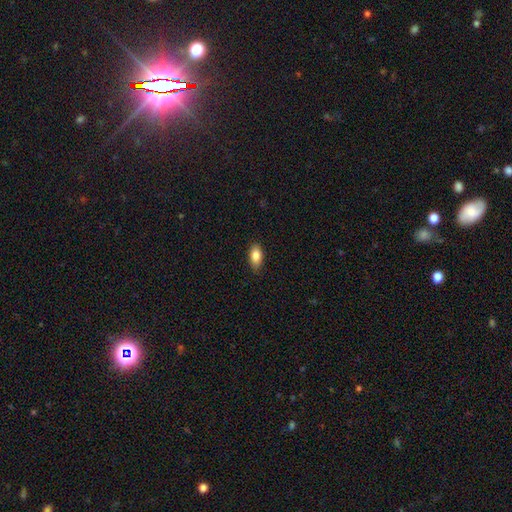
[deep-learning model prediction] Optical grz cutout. It shows a smooth galaxy with no disk features (83%) that is in between round and cigar-shaped (88%). Merging: none (84%).